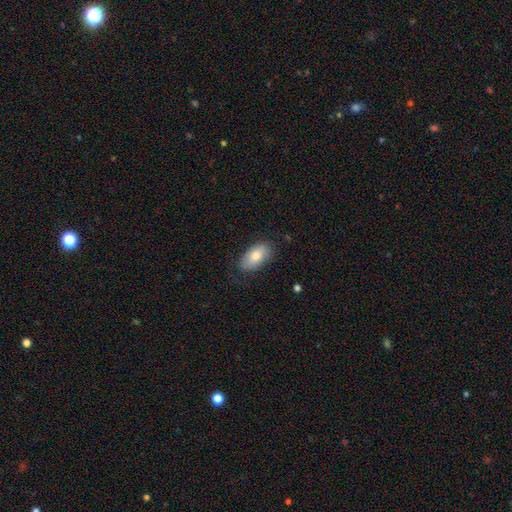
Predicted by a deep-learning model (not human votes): smooth_or_featured: smooth (p=0.78) [alt: featured or disk p=0.15]
how_rounded: in between (p=0.94) [alt: round p=0.04]
merging: none (p=0.78) [alt: minor disturbance p=0.17]